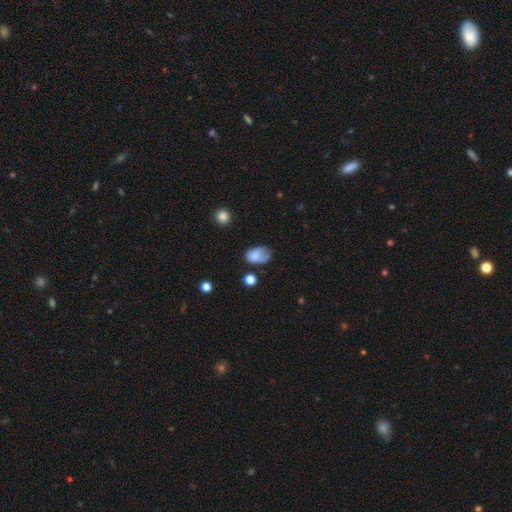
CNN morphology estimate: Smooth or featured? Predicted: smooth (p=0.78). How rounded? Predicted: in between (p=0.85). Merging? Predicted: none (p=0.44).